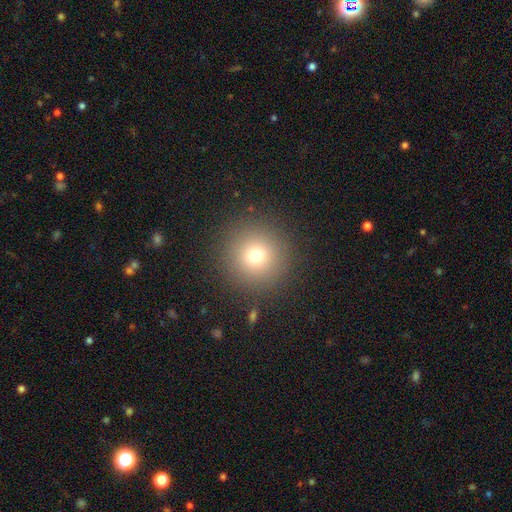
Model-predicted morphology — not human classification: The model was most divided on "smooth or featured": smooth: 73%, star or artifact: 17%, featured or disk: 10%. More confident: how rounded — round (96%); merging — none (89%).